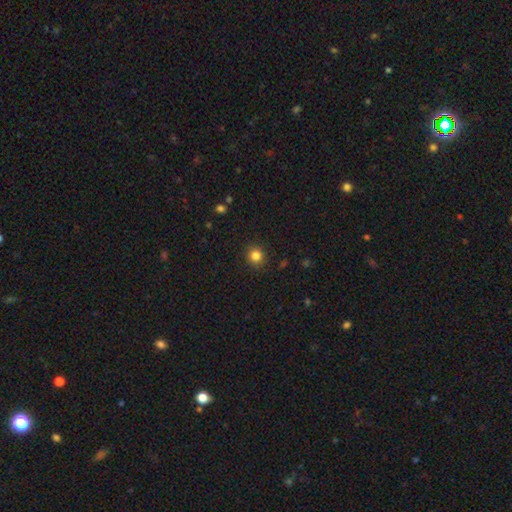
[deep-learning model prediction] This appears to be a smooth galaxy with no disk features (83%) that is round (91%). Merging: none (91%).